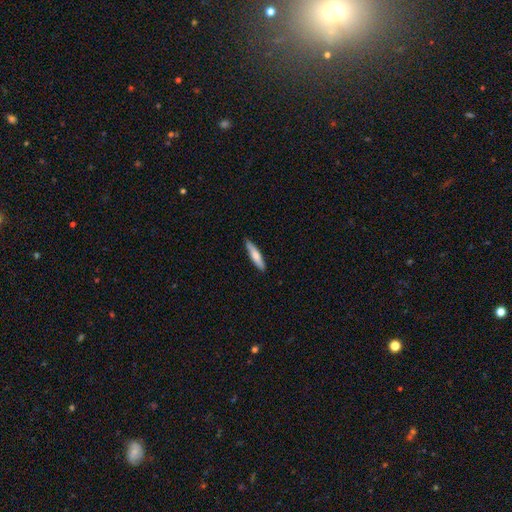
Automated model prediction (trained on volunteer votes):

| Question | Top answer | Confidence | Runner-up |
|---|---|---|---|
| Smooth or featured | smooth | 74% | featured or disk (21%) |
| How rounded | cigar-shaped | 83% | in between (16%) |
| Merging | none | 88% | minor disturbance (10%) |